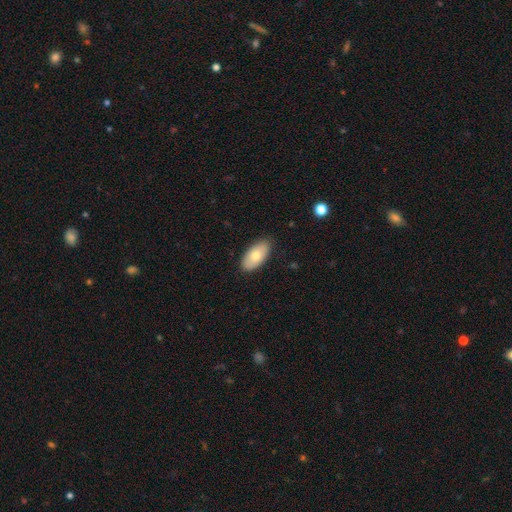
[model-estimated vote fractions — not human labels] Smooth or featured? Predicted: smooth (p=0.74). How rounded? Predicted: in between (p=0.93). Merging? Predicted: none (p=0.85).